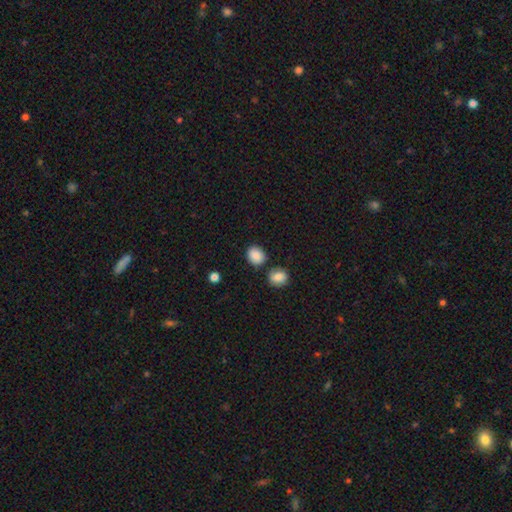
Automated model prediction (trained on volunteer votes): Overall: smooth (88%). How rounded: round (58%; in between 41%). Merging: none (78%).